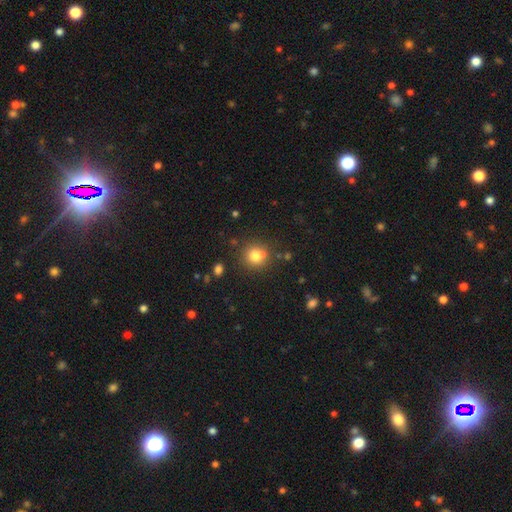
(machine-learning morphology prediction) type=smooth (77%); roundness=round (89%); merging=none (71%).